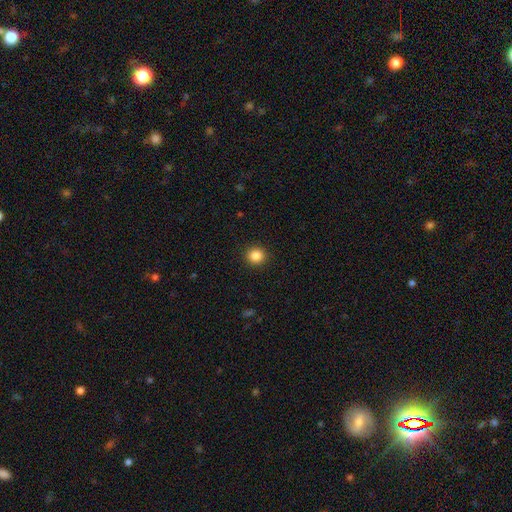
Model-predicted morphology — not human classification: The model was most divided on "smooth or featured": smooth: 86%, star or artifact: 10%, featured or disk: 4%. More confident: merging — none (92%); how rounded — round (91%).